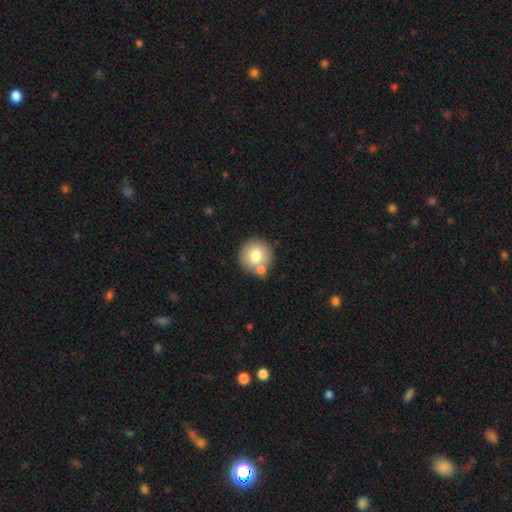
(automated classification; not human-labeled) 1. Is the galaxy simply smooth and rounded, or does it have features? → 74% smooth, 17% featured or disk, 9% star or artifact.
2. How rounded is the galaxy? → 92% round, 7% in between, 1% cigar-shaped.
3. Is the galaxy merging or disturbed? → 67% none, 20% merger, 10% minor disturbance, 3% major disturbance.